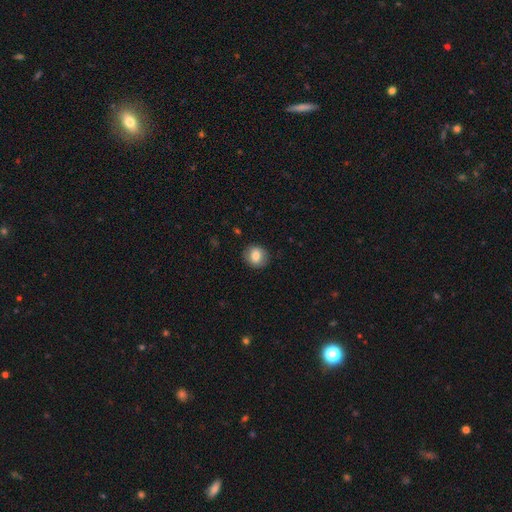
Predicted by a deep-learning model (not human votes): smooth_or_featured: smooth (p=0.80) [alt: featured or disk p=0.11]
how_rounded: round (p=0.77) [alt: in between p=0.22]
merging: none (p=0.87) [alt: minor disturbance p=0.09]